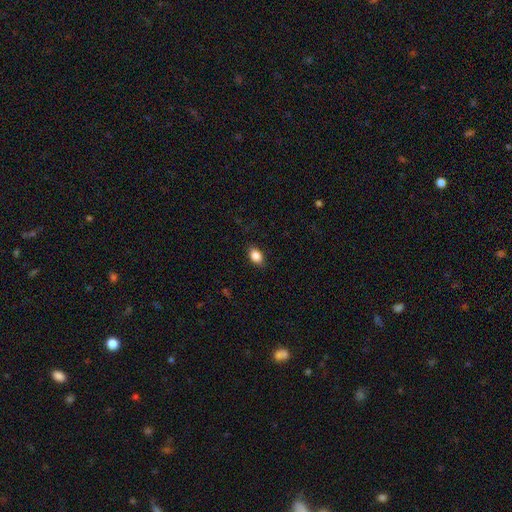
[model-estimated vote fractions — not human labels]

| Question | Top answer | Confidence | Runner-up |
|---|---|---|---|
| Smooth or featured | smooth | 87% | star or artifact (8%) |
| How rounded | in between | 82% | round (16%) |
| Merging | none | 86% | minor disturbance (10%) |